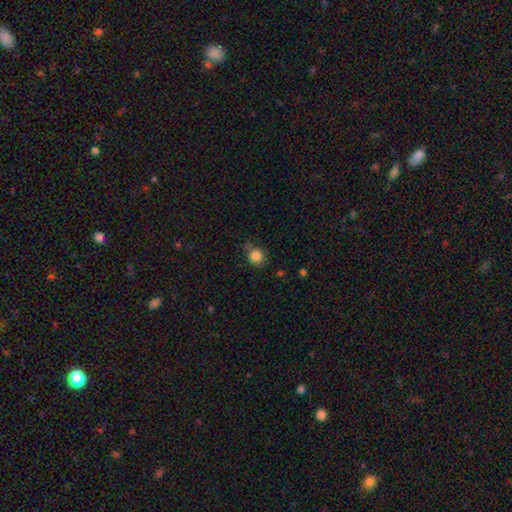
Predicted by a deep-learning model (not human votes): smooth-or-featured: smooth: 85% | star or artifact: 10% | featured or disk: 5%
  how-rounded: round: 81% | in between: 18% | cigar-shaped: 1%
  merging: none: 66% | minor disturbance: 24% | major disturbance: 7% | merger: 4%